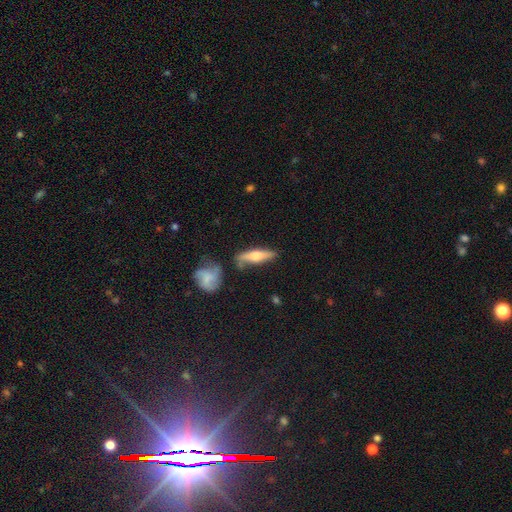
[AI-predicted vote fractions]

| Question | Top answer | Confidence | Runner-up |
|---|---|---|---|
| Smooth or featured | featured or disk | 51% | smooth (42%) |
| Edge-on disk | yes | 91% | no (9%) |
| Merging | none | 72% | minor disturbance (16%) |